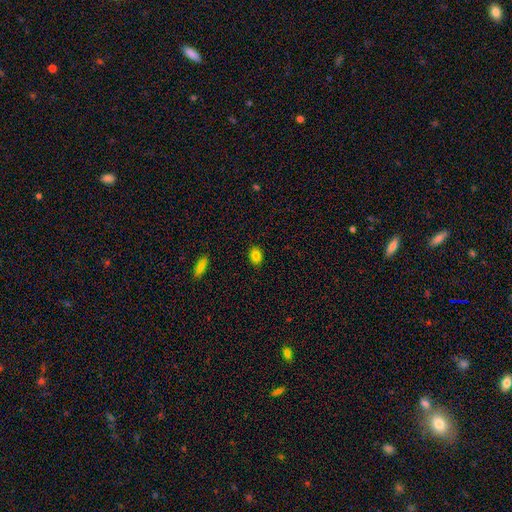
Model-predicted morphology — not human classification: The model was most divided on "how rounded": in between: 76%, round: 22%, cigar-shaped: 2%. More confident: merging — none (88%); smooth or featured — smooth (84%).